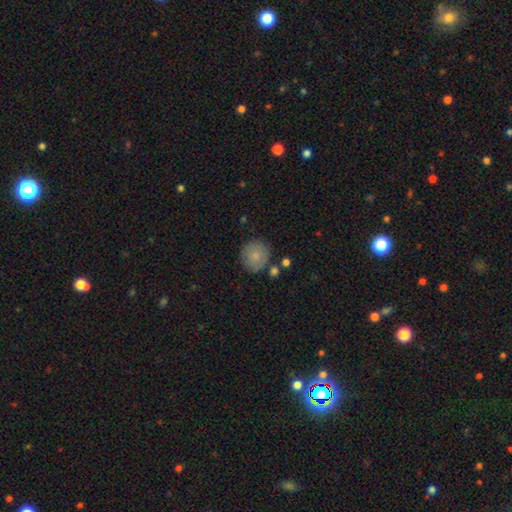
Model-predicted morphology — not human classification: smooth 82%, featured or disk 11%, star or artifact 7%. Down the decision tree: how rounded — round (90%); merging — none (79%).